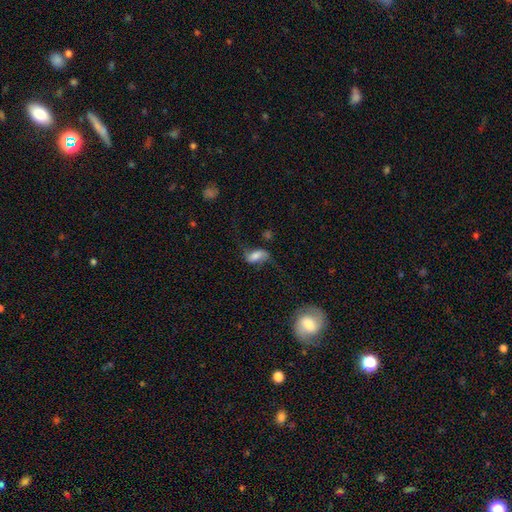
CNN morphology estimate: Smooth or featured?
  - smooth: 45% *
  - featured or disk: 44%
  - star or artifact: 11%
Merging?
  - none: 49% *
  - minor disturbance: 24%
  - major disturbance: 23%
  - merger: 4%